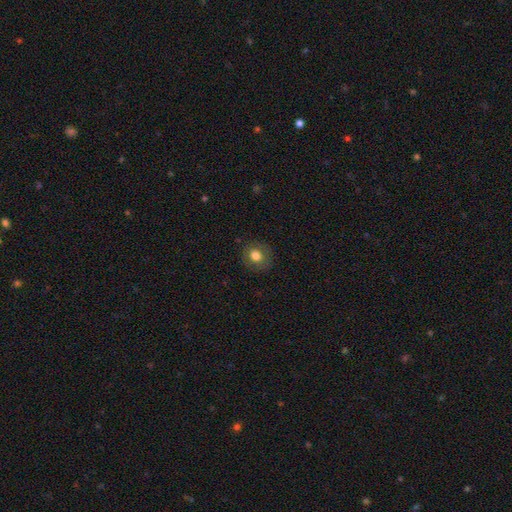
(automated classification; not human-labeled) Smooth or featured: smooth — 77% (featured or disk — 13%)
How rounded: round — 81% (in between — 18%)
Merging: none — 87% (minor disturbance — 9%)